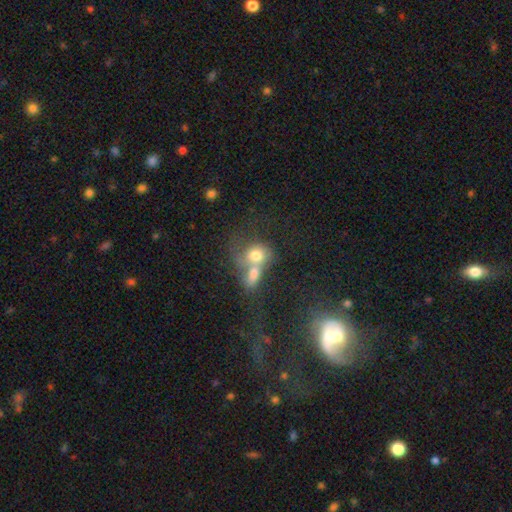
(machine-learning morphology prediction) Smooth or featured: smooth — 66% (featured or disk — 23%)
How rounded: round — 51% (in between — 47%)
Merging: merger — 70% (none — 15%)